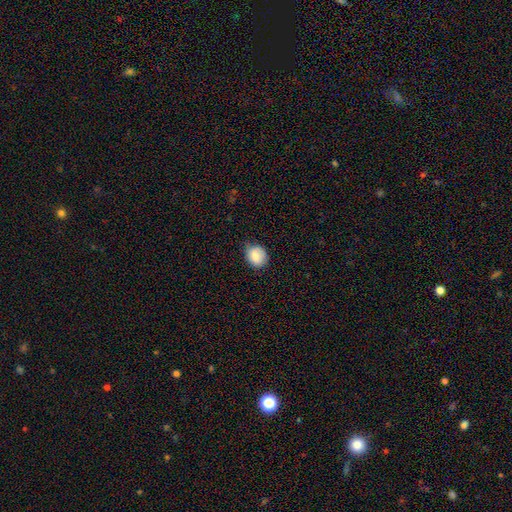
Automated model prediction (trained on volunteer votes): Overall: smooth (87%). How rounded: round (61%; in between 38%). Merging: none (71%).